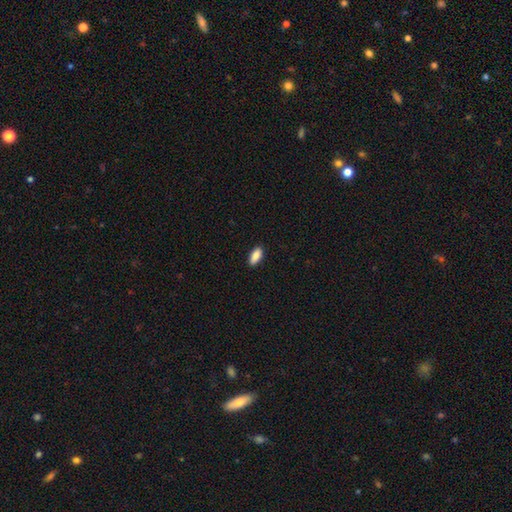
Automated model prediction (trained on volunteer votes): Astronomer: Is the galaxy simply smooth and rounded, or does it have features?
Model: smooth — 87%.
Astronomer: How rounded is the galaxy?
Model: in between — 83%.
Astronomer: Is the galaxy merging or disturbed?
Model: none — 87%.